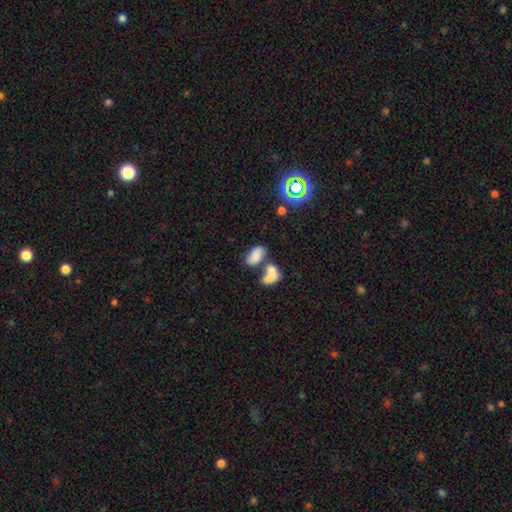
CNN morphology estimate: Smooth or featured? Predicted: smooth (p=0.73). How rounded? Predicted: in between (p=0.93). Merging? Predicted: merger (p=0.52).